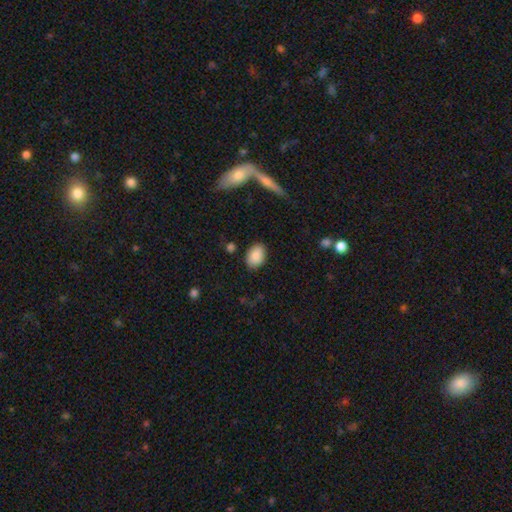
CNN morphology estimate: smooth-or-featured: smooth: 87% | star or artifact: 7% | featured or disk: 5%
  how-rounded: in between: 85% | round: 14% | cigar-shaped: 1%
  merging: none: 85% | minor disturbance: 11% | major disturbance: 3% | merger: 2%